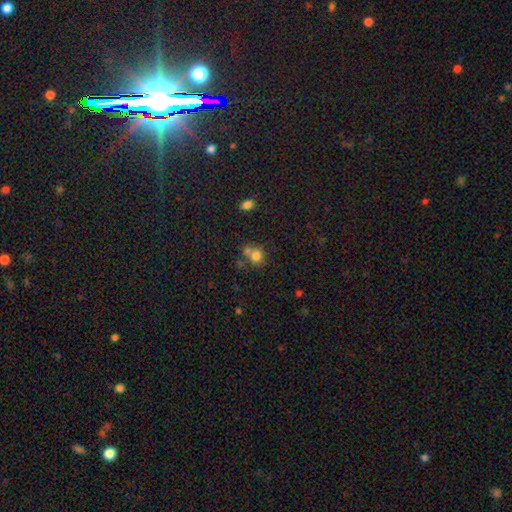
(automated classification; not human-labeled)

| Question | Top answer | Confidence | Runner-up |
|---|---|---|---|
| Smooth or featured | smooth | 77% | star or artifact (13%) |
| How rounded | round | 80% | in between (19%) |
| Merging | none | 46% | merger (39%) |